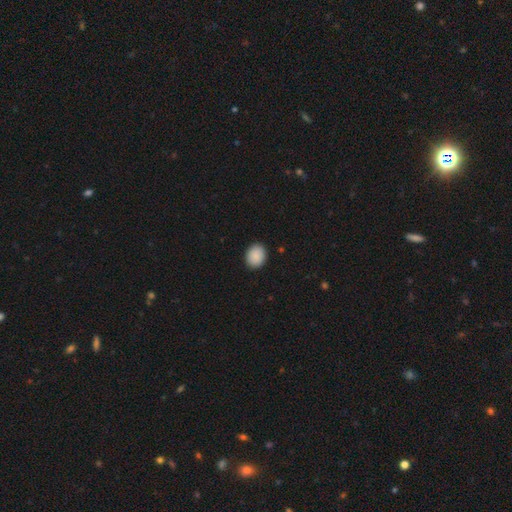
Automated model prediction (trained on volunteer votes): Q: Smooth or featured?
A: smooth (90%); runner-up: star or artifact (7%)
Q: How rounded?
A: round (50%); runner-up: in between (49%)
Q: Merging?
A: none (90%); runner-up: minor disturbance (7%)